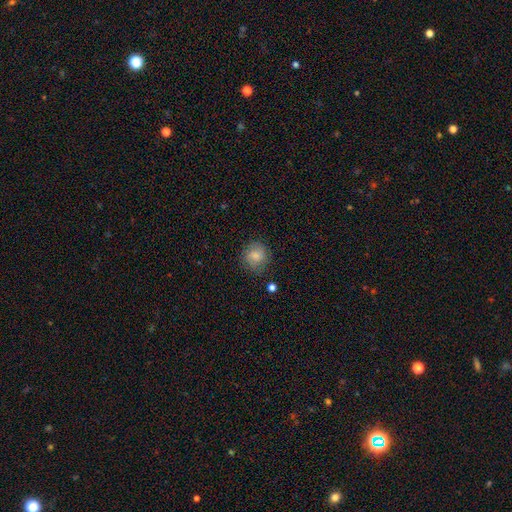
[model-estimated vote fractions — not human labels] The model was most divided on "smooth or featured": smooth: 74%, featured or disk: 17%, star or artifact: 9%. More confident: how rounded — round (86%); merging — none (78%).